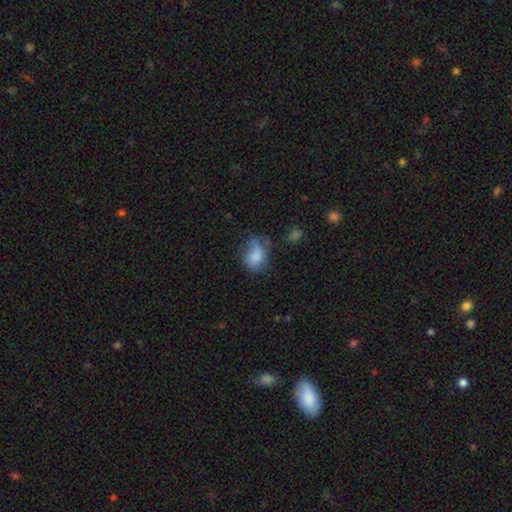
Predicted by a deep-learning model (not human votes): Smooth or featured? Predicted: smooth (p=0.76). How rounded? Predicted: in between (p=0.70). Merging? Predicted: none (p=0.36).